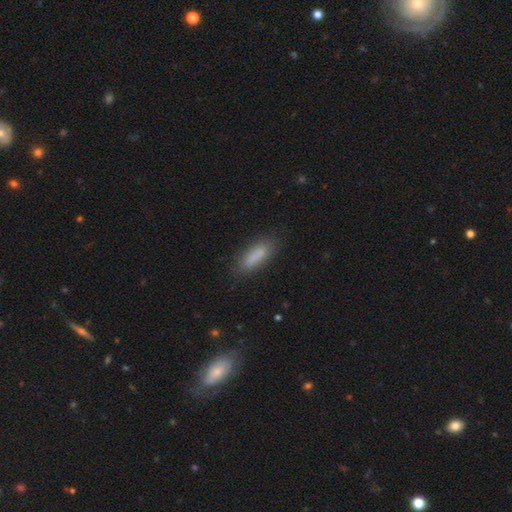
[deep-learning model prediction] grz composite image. It shows a smooth galaxy with no disk features (83%) that is in between round and cigar-shaped (53%). Merging: none (81%).